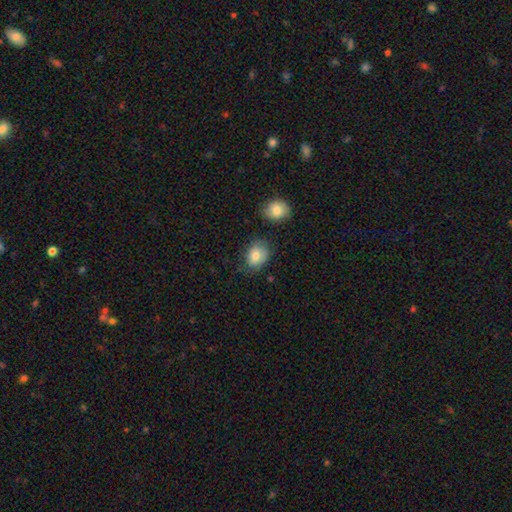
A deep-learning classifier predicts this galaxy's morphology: Q: Smooth or featured?
A: smooth (80%); runner-up: featured or disk (12%)
Q: How rounded?
A: in between (61%); runner-up: round (38%)
Q: Merging?
A: none (60%); runner-up: minor disturbance (28%)